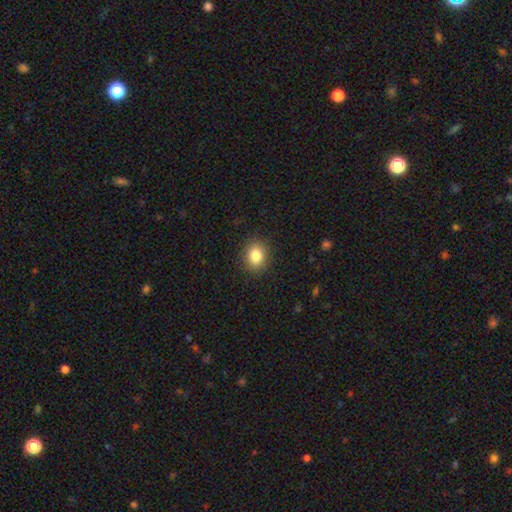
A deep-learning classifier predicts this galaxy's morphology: Overall: smooth (84%). How rounded: round (55%; in between 44%). Merging: none (89%).